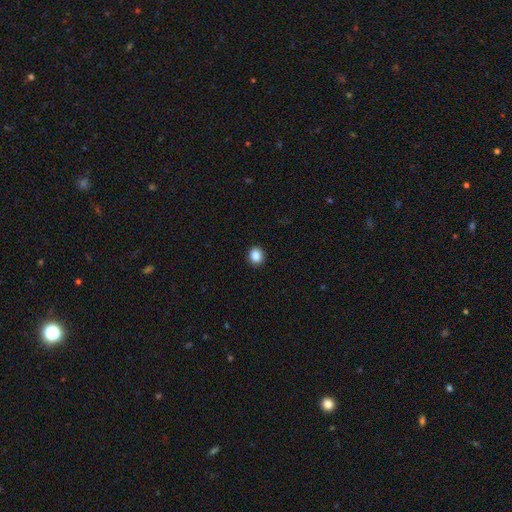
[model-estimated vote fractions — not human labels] A smooth galaxy with no disk features (87%) that is round (72%).

Vote fractions:
- Smooth or featured? smooth: 87% / star or artifact: 9% / featured or disk: 4%
- How rounded? round: 72% / in between: 27% / cigar-shaped: 1%
- Merging? none: 91% / minor disturbance: 6% / major disturbance: 2% / merger: 1%